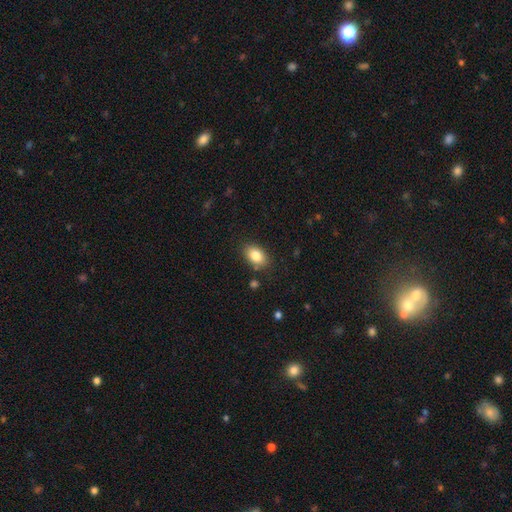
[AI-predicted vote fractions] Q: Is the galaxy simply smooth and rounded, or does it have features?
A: smooth — 84%.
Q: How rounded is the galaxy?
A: in between — 86%.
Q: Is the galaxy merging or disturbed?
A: none — 84%.